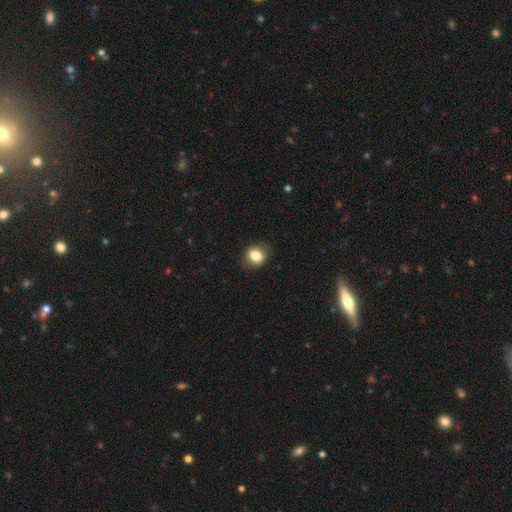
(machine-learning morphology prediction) type=smooth (81%); roundness=round (61%); merging=none (84%).